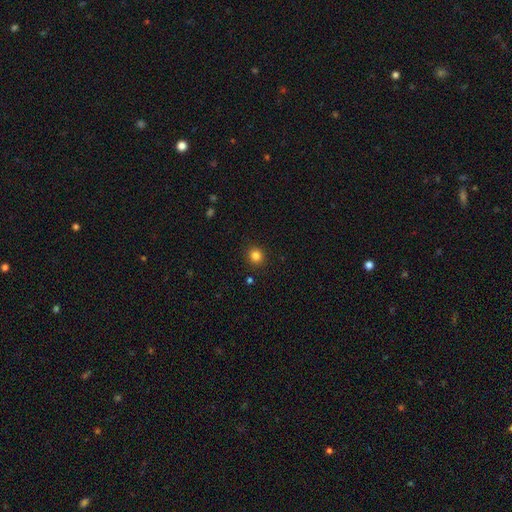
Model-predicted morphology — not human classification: smooth-or-featured: smooth: 83% | star or artifact: 13% | featured or disk: 4%
  how-rounded: round: 89% | in between: 10% | cigar-shaped: 1%
  merging: none: 91% | minor disturbance: 5% | major disturbance: 2% | merger: 1%